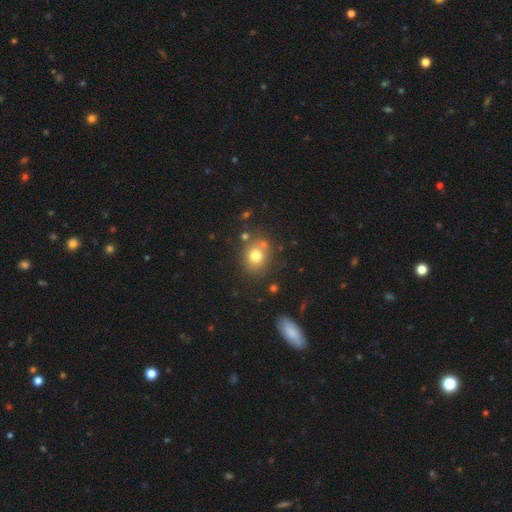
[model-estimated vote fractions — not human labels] A smooth galaxy with no disk features (75%) that is round (70%). Merging: none (72%).